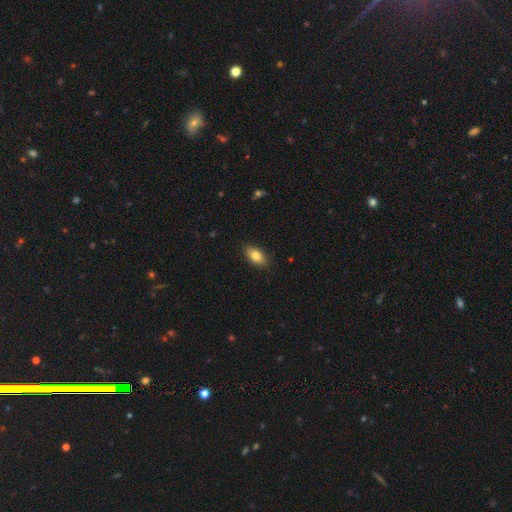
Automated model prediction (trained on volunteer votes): smooth_or_featured: smooth (p=0.83) [alt: featured or disk p=0.10]
how_rounded: in between (p=0.90) [alt: round p=0.06]
merging: none (p=0.86) [alt: minor disturbance p=0.11]